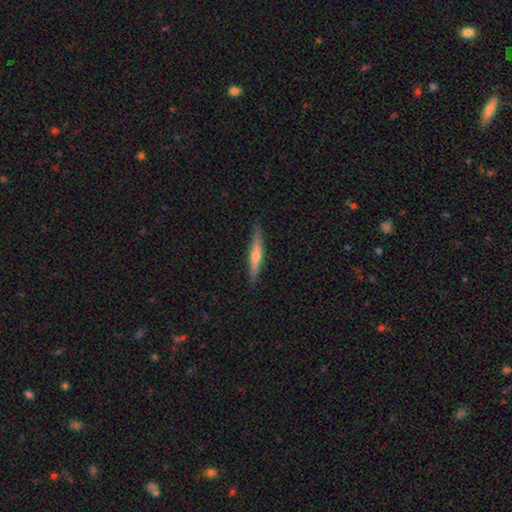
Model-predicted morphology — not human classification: This appears to be a featured or disk galaxy (58%) viewed edge-on (96%) with a rounded central bulge (79%). Merging: none (90%).